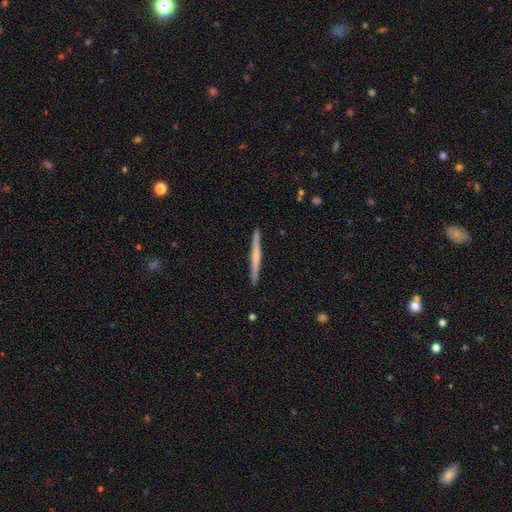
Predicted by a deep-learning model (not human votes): smooth_or_featured: featured or disk (p=0.54) [alt: smooth p=0.41]
disk_edge_on: yes (p=0.98) [alt: no p=0.02]
edge_on_bulge: none (p=0.52) [alt: rounded p=0.40]
merging: none (p=0.92) [alt: minor disturbance p=0.06]